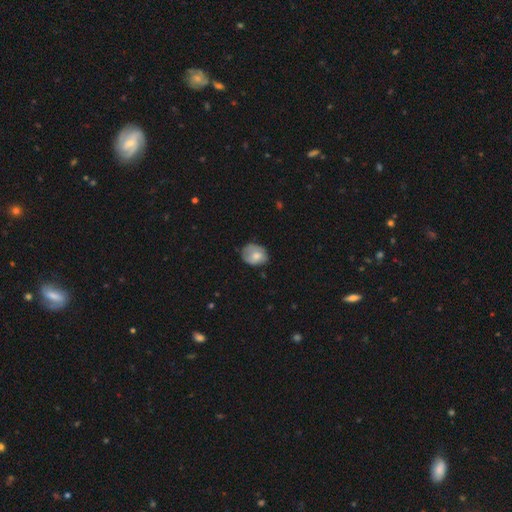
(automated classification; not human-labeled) Smooth or featured: smooth — 71% (featured or disk — 21%)
How rounded: in between — 54% (round — 45%)
Merging: none — 54% (minor disturbance — 33%)